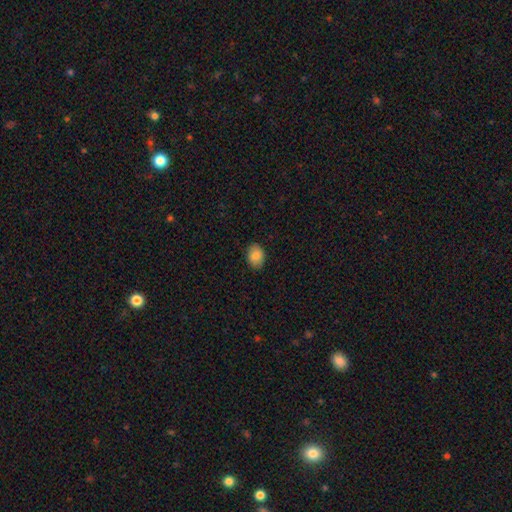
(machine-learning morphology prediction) This appears to be a smooth galaxy with no disk features (84%) that is in between round and cigar-shaped (70%). Merging: none (88%).